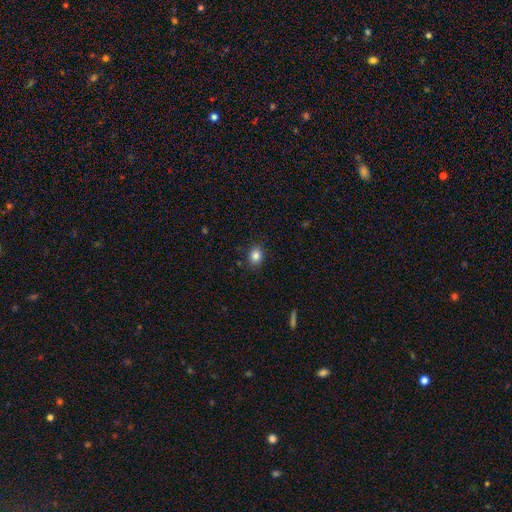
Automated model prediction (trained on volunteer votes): Smooth or featured: smooth — 84% (star or artifact — 10%)
How rounded: in between — 55% (round — 44%)
Merging: none — 87% (minor disturbance — 10%)